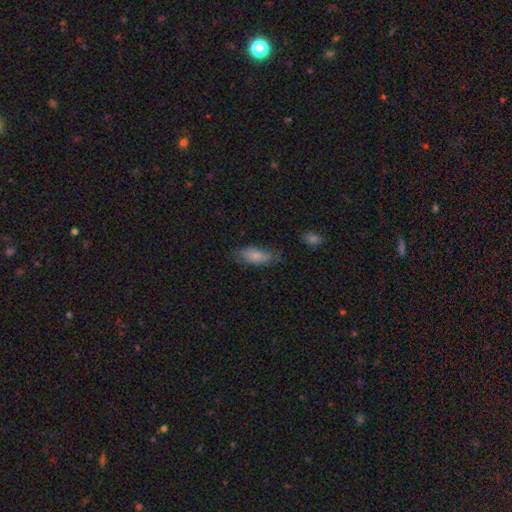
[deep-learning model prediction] Q: Smooth or featured?
A: smooth (79%); runner-up: featured or disk (14%)
Q: How rounded?
A: in between (77%); runner-up: cigar-shaped (21%)
Q: Merging?
A: none (70%); runner-up: minor disturbance (23%)